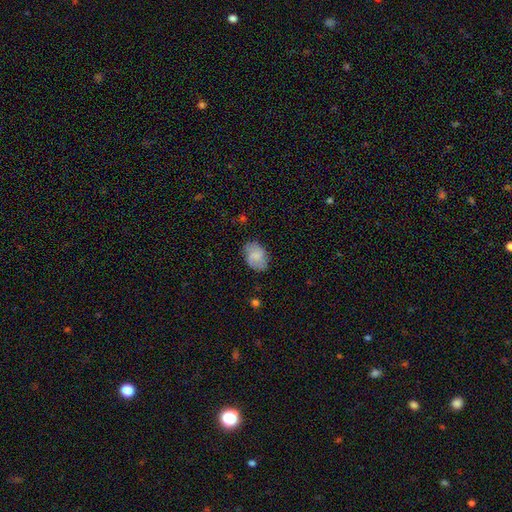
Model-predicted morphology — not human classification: Smooth or featured? smooth (69%)
How rounded? in between (77%)
Merging? none (70%)